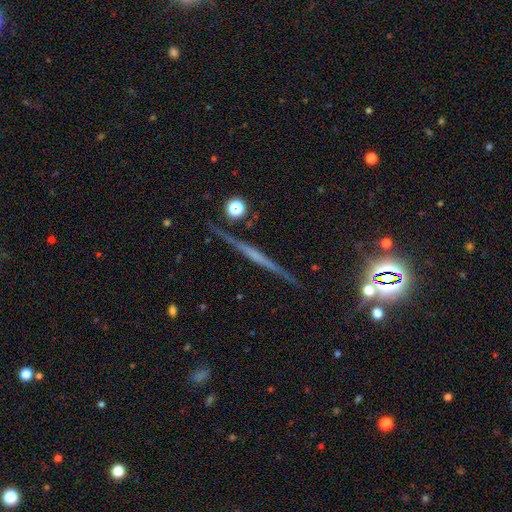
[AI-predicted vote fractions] smooth_or_featured: featured or disk (p=0.72) [alt: smooth p=0.17]
disk_edge_on: yes (p=0.97) [alt: no p=0.03]
edge_on_bulge: none (p=0.63) [alt: rounded p=0.23]
merging: none (p=0.89) [alt: minor disturbance p=0.07]